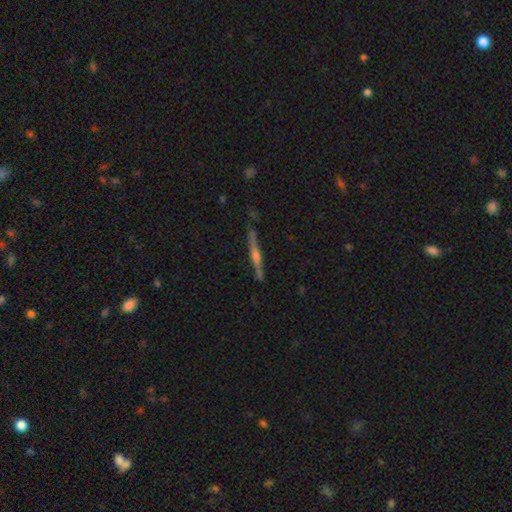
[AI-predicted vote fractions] Smooth or featured? Predicted: featured or disk (p=0.68). Edge-on disk? Predicted: yes (p=0.97). Edge-on bulge? Predicted: rounded (p=0.74). Merging? Predicted: none (p=0.81).